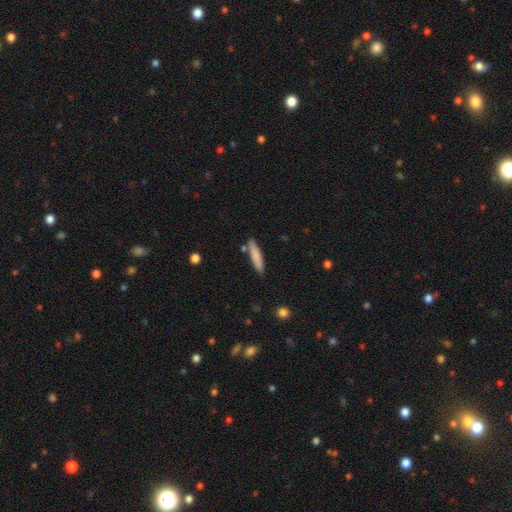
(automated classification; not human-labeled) A smooth galaxy with no disk features (80%) that is cigar-shaped (86%).

Vote fractions:
- Smooth or featured? smooth: 80% / featured or disk: 14% / star or artifact: 6%
- How rounded? cigar-shaped: 86% / in between: 13% / round: 1%
- Merging? none: 83% / minor disturbance: 10% / merger: 5% / major disturbance: 2%